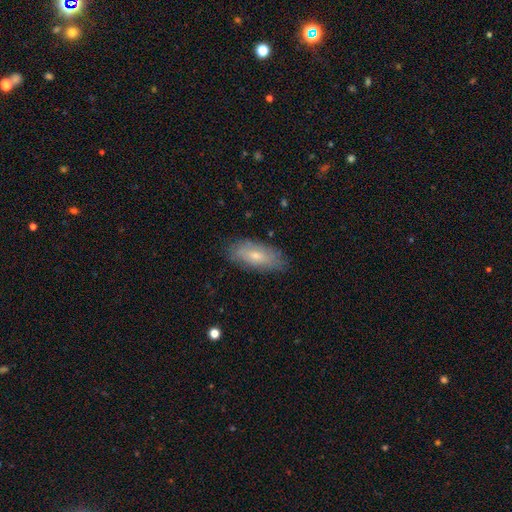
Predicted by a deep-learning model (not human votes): A smooth galaxy with no disk features (67%) that is in between round and cigar-shaped (82%). Merging: none (81%).